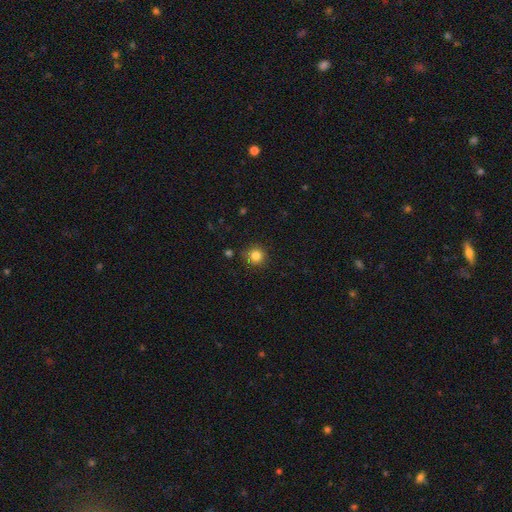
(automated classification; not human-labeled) Smooth or featured? Predicted: smooth (p=0.83). How rounded? Predicted: round (p=0.94). Merging? Predicted: none (p=0.88).